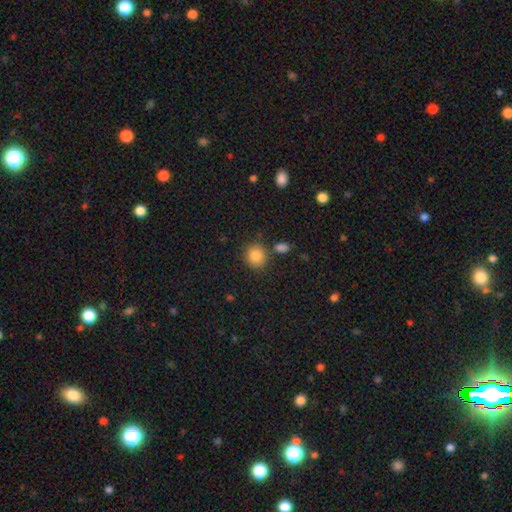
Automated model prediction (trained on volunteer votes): This appears to be a smooth galaxy with no disk features (85%) that is round (83%). Merging: none (77%).